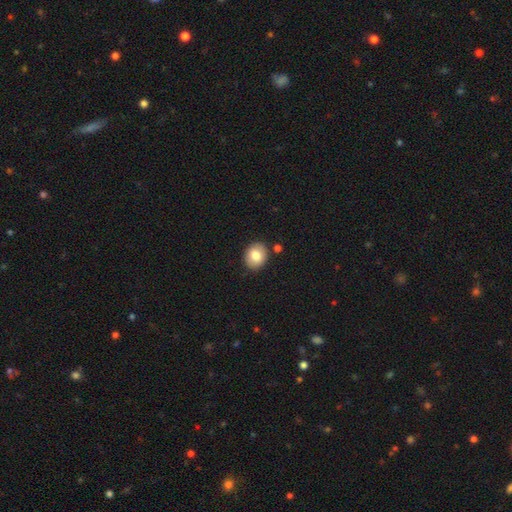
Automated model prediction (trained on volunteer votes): Smooth or featured: smooth — 80% (featured or disk — 12%)
How rounded: round — 55% (in between — 44%)
Merging: none — 85% (minor disturbance — 9%)